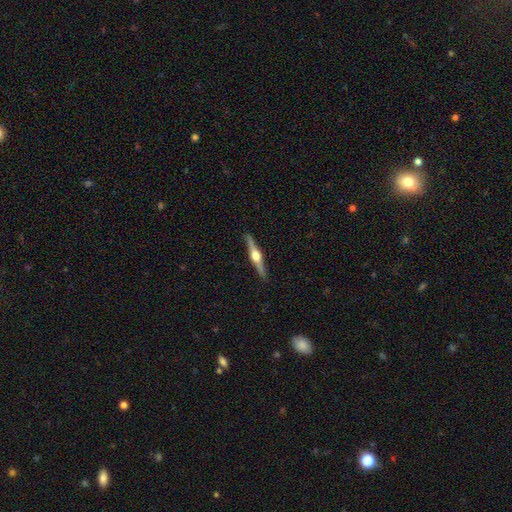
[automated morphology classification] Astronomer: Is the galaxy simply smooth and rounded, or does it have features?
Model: featured or disk — 79%.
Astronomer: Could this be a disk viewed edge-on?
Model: yes — 98%.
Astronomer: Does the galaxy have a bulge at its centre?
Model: rounded — 95%.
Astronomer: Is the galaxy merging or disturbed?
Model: none — 91%.